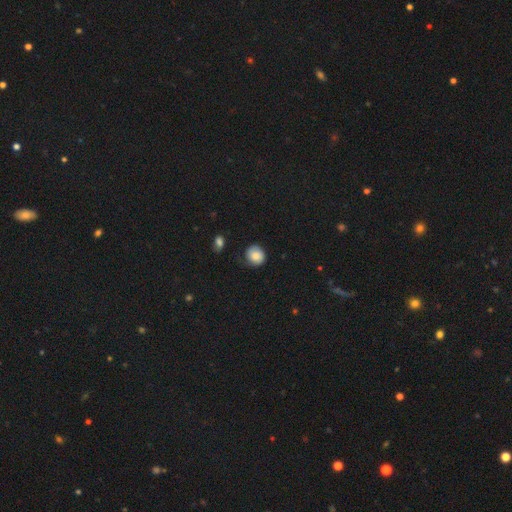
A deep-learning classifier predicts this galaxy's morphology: The model was most divided on "merging": none: 56%, minor disturbance: 30%, major disturbance: 12%, merger: 2%. More confident: how rounded — round (76%); smooth or featured — smooth (75%).